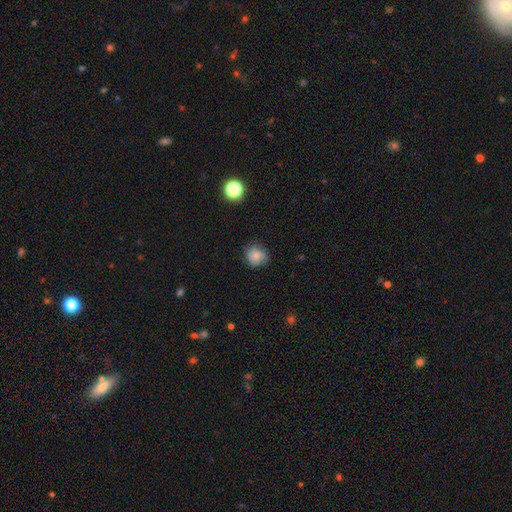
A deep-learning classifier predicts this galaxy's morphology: type=smooth (80%); roundness=round (84%); merging=none (73%).